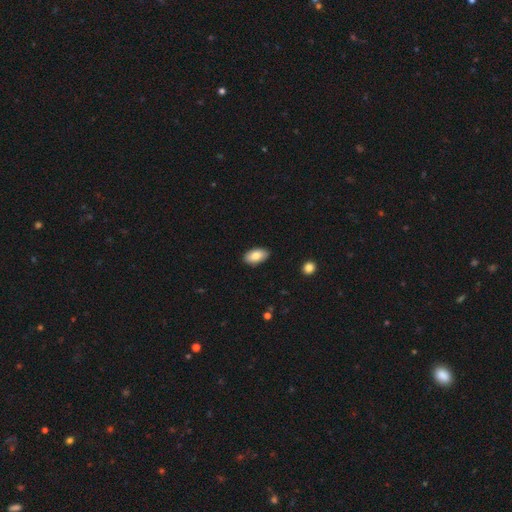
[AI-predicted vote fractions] Smooth or featured: smooth — 82% (featured or disk — 11%)
How rounded: in between — 94% (round — 3%)
Merging: none — 89% (minor disturbance — 9%)